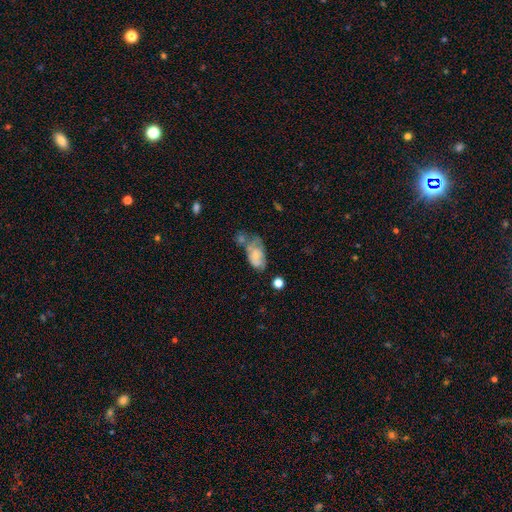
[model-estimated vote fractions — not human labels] Overall: smooth (48%; featured or disk 44%). Merging: none (28%; minor disturbance 26%).